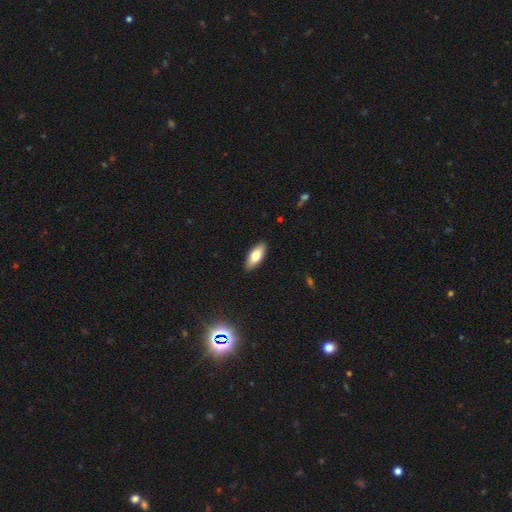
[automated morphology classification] This is likely a smooth galaxy (74%). How rounded: likely in between (79%). Merging: clearly none (90%).